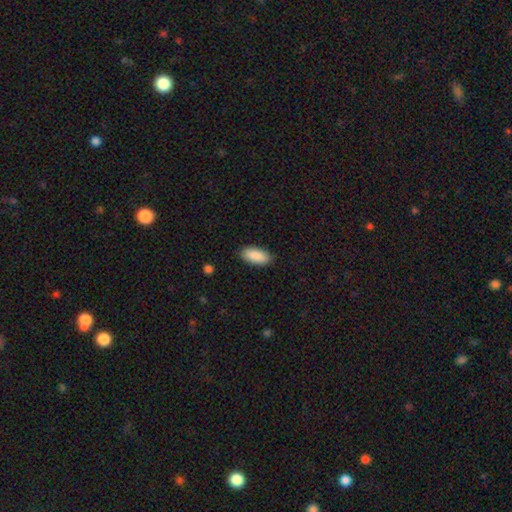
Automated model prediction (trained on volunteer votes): Overall: smooth (91%). How rounded: in between (90%). Merging: none (88%).